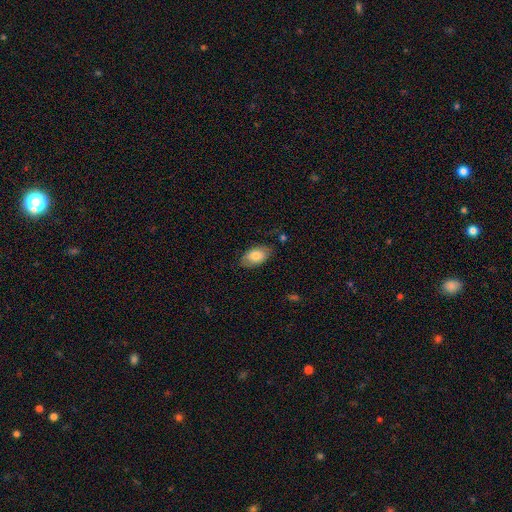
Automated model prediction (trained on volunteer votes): Smooth or featured? smooth (79%)
How rounded? in between (94%)
Merging? none (75%)